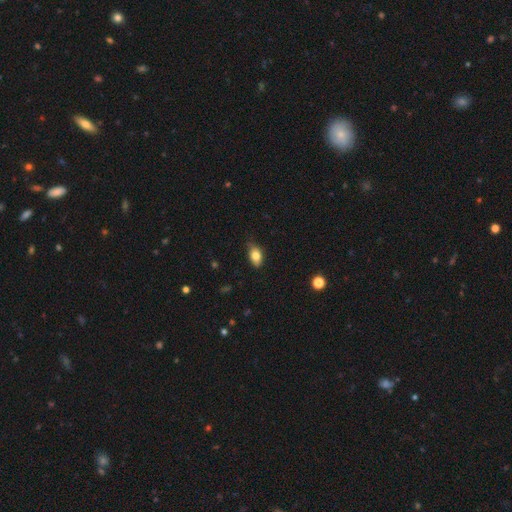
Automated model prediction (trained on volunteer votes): A smooth galaxy with no disk features (80%) that is in between round and cigar-shaped (88%). Merging: none (72%).